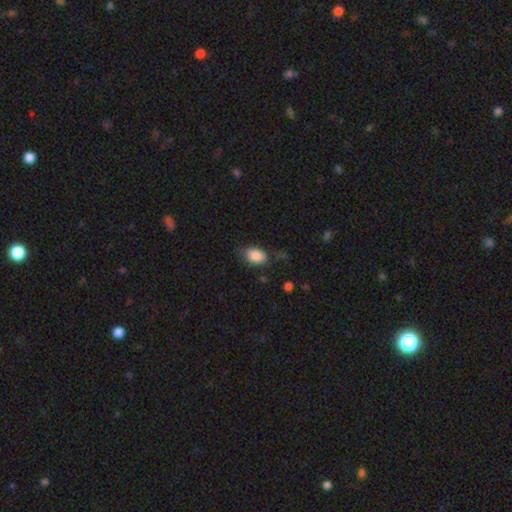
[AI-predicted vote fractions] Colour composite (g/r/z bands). It shows a smooth galaxy with no disk features (87%) that is in between round and cigar-shaped (83%). Merging: none (70%).